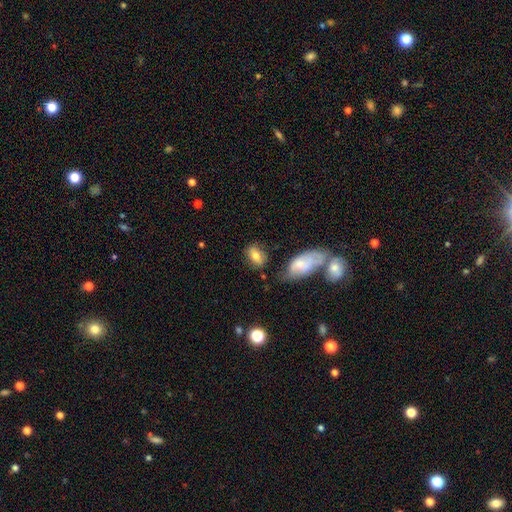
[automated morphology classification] Q: Smooth or featured?
A: smooth (74%); runner-up: featured or disk (17%)
Q: How rounded?
A: in between (83%); runner-up: round (13%)
Q: Merging?
A: none (70%); runner-up: minor disturbance (17%)